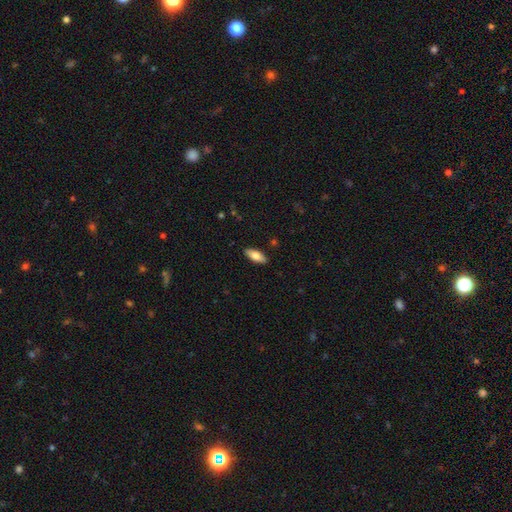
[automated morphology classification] Smooth or featured: smooth — 73% (featured or disk — 21%)
How rounded: in between — 78% (cigar-shaped — 20%)
Merging: none — 89% (minor disturbance — 8%)